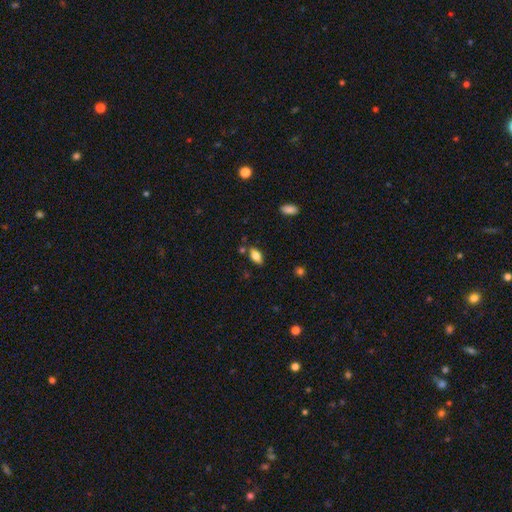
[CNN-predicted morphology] Smooth or featured? Predicted: smooth (p=0.77). How rounded? Predicted: in between (p=0.89). Merging? Predicted: none (p=0.78).